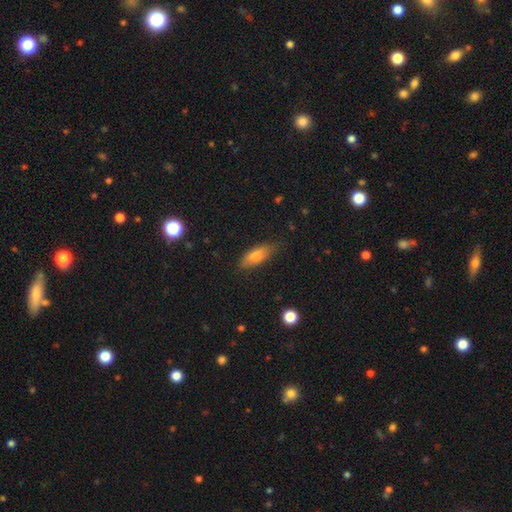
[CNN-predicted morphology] Smooth or featured? smooth (76%)
How rounded? in between (66%)
Merging? none (79%)